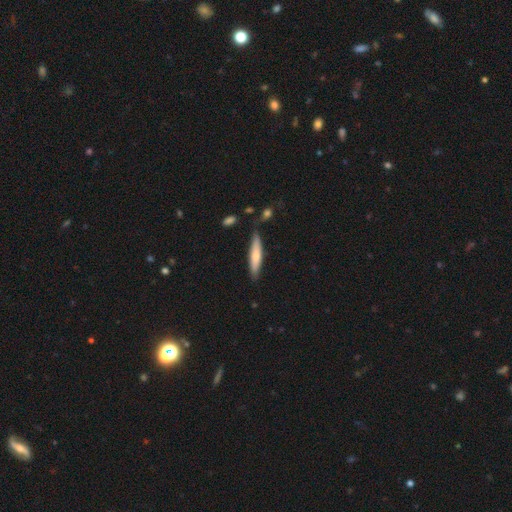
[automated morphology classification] Smooth or featured? smooth (66%)
How rounded? cigar-shaped (83%)
Merging? none (78%)